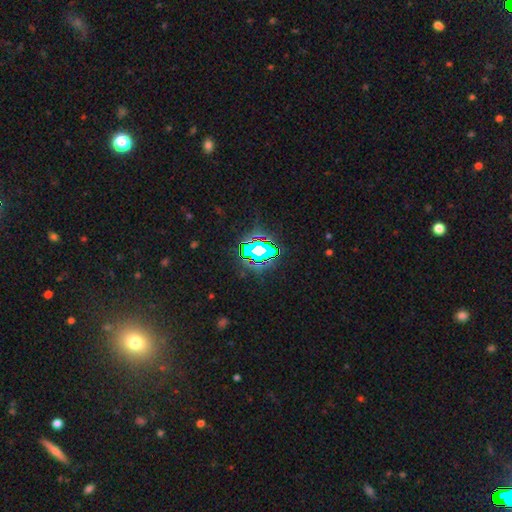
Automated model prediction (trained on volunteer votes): Smooth or featured? star or artifact (80%)